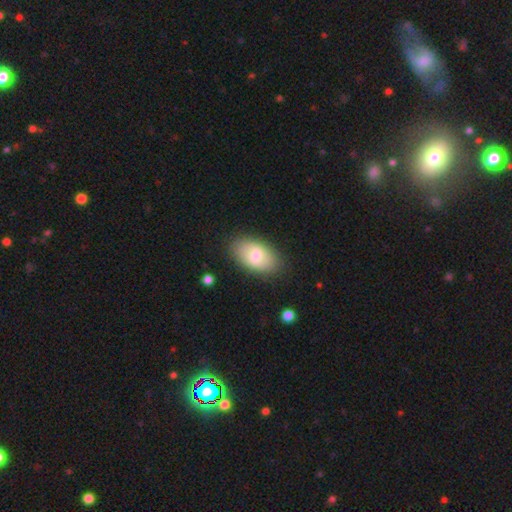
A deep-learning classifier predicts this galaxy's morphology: This appears to be a smooth galaxy with no disk features (73%) that is in between round and cigar-shaped (94%). Merging: none (85%).